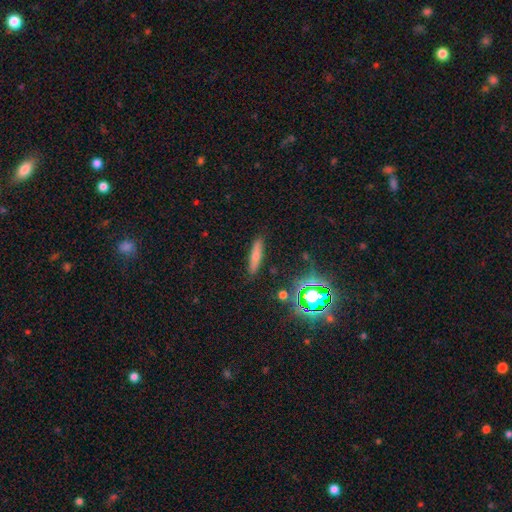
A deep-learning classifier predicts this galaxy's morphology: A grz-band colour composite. It shows a smooth galaxy with no disk features (65%) that is cigar-shaped (81%). Merging: none (87%).